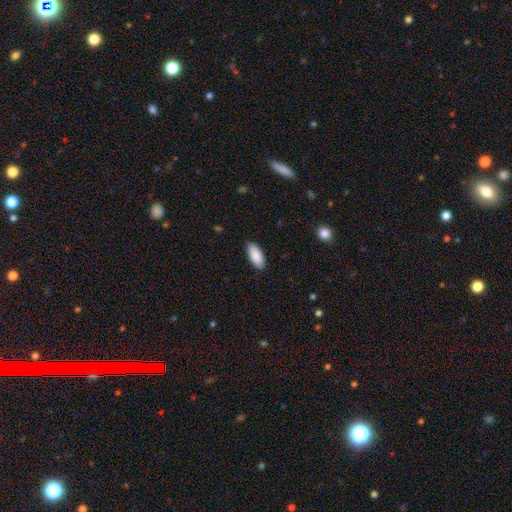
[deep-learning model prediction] Smooth or featured? Predicted: smooth (p=0.89). How rounded? Predicted: in between (p=0.91). Merging? Predicted: none (p=0.87).